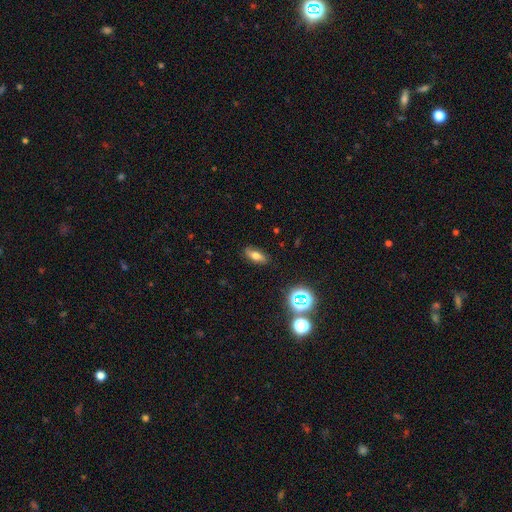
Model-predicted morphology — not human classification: A smooth galaxy with no disk features (61%) that is in between round and cigar-shaped (70%).

Vote fractions:
- Smooth or featured? smooth: 61% / featured or disk: 25% / star or artifact: 14%
- How rounded? in between: 70% / cigar-shaped: 24% / round: 7%
- Merging? none: 84% / minor disturbance: 12% / major disturbance: 3% / merger: 2%